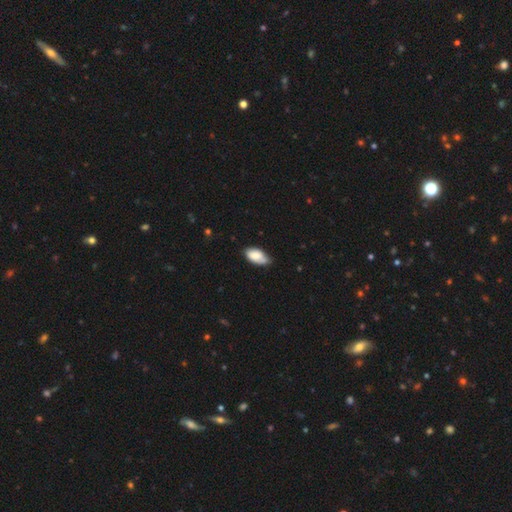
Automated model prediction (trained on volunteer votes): This appears to be a smooth galaxy with no disk features (80%) that is in between round and cigar-shaped (94%). Merging: none (54%).